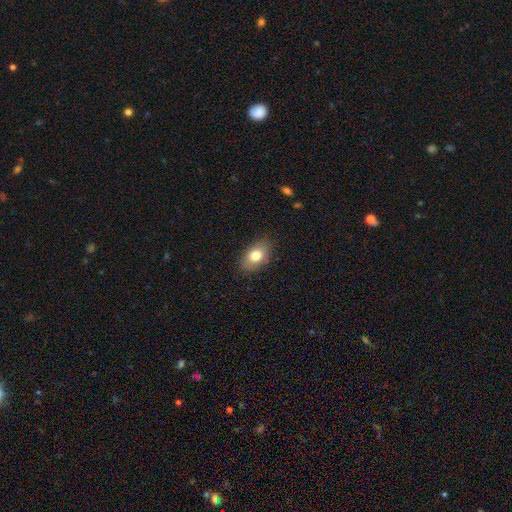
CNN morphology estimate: Smooth or featured: smooth — 78% (featured or disk — 14%)
How rounded: in between — 87% (round — 11%)
Merging: none — 85% (minor disturbance — 11%)